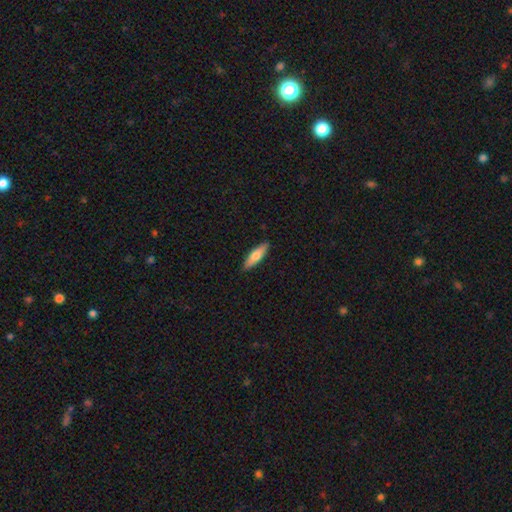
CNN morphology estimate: Q: Smooth or featured?
A: smooth (69%); runner-up: featured or disk (26%)
Q: How rounded?
A: cigar-shaped (57%); runner-up: in between (41%)
Q: Merging?
A: none (89%); runner-up: minor disturbance (8%)